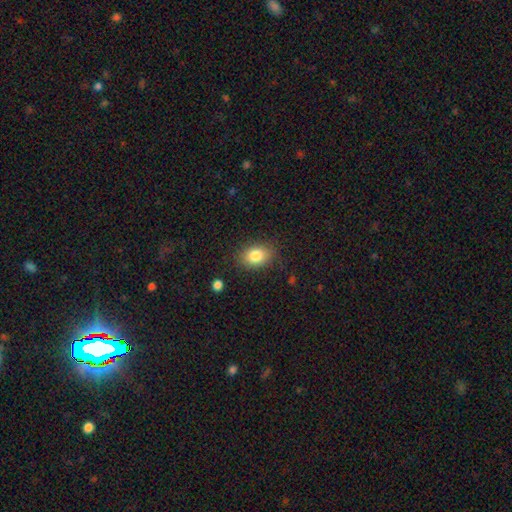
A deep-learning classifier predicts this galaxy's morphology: smooth-or-featured: smooth: 83% | star or artifact: 9% | featured or disk: 8%
  how-rounded: in between: 74% | round: 25% | cigar-shaped: 1%
  merging: none: 83% | minor disturbance: 12% | major disturbance: 3% | merger: 2%